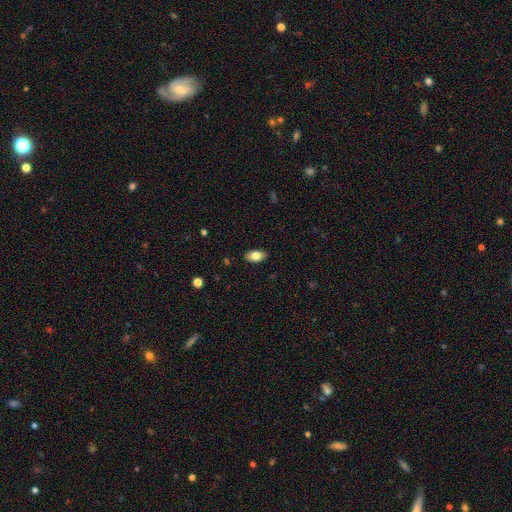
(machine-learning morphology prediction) Overall: smooth (77%). How rounded: in between (91%). Merging: none (88%).